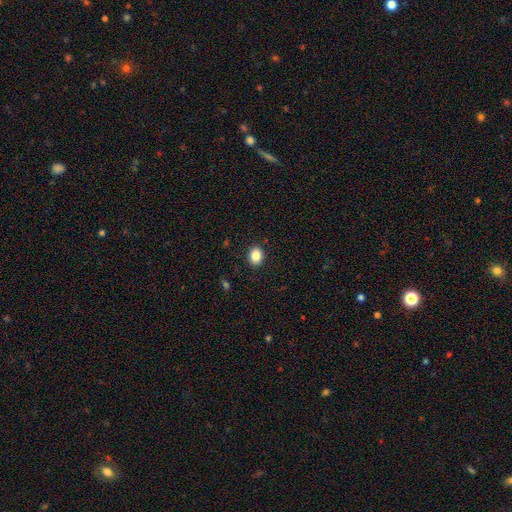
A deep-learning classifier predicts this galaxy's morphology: A smooth galaxy with no disk features (86%) that is in between round and cigar-shaped (62%).

Vote fractions:
- Smooth or featured? smooth: 86% / star or artifact: 9% / featured or disk: 5%
- How rounded? in between: 62% / round: 37% / cigar-shaped: 1%
- Merging? none: 90% / minor disturbance: 7% / major disturbance: 2% / merger: 1%